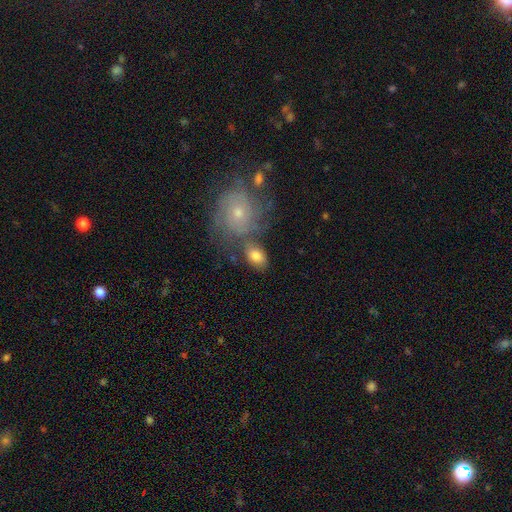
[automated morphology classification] Smooth or featured? Predicted: smooth (p=0.69). How rounded? Predicted: in between (p=0.80). Merging? Predicted: none (p=0.56).